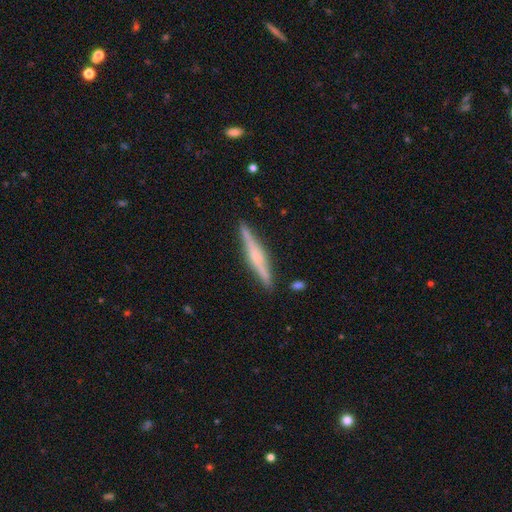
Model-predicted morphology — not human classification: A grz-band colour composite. It shows a featured or disk galaxy (66%) viewed edge-on (98%) with a rounded central bulge (62%). Merging: none (90%).